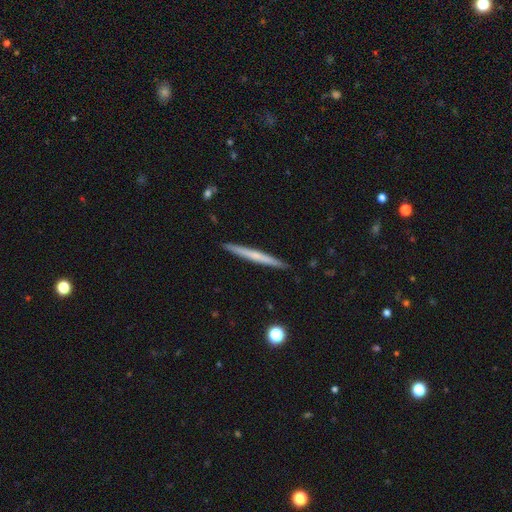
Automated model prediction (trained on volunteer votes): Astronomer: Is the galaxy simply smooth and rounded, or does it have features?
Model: smooth — 49% (runner-up: featured or disk, 46%).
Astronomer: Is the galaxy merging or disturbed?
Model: none — 92%.